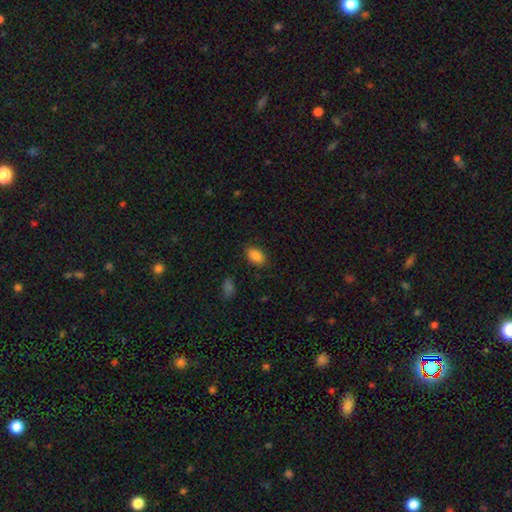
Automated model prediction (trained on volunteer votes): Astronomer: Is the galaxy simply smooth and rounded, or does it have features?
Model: smooth — 87%.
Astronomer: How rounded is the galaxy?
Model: in between — 90%.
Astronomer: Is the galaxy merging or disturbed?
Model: none — 85%.